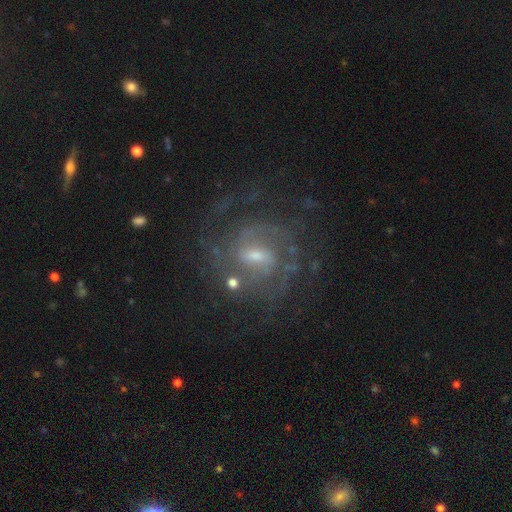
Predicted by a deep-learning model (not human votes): A featured or disk galaxy (85%) with a weak bar (59%), 2 (38%) tight (47%) spiral arms (95%) and a small central bulge (53%). Merging: none (68%).